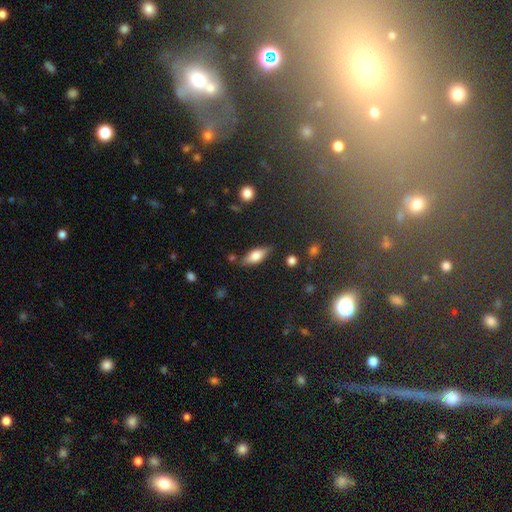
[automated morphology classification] Q: Smooth or featured?
A: smooth (70%); runner-up: featured or disk (23%)
Q: How rounded?
A: in between (76%); runner-up: cigar-shaped (21%)
Q: Merging?
A: none (77%); runner-up: minor disturbance (16%)